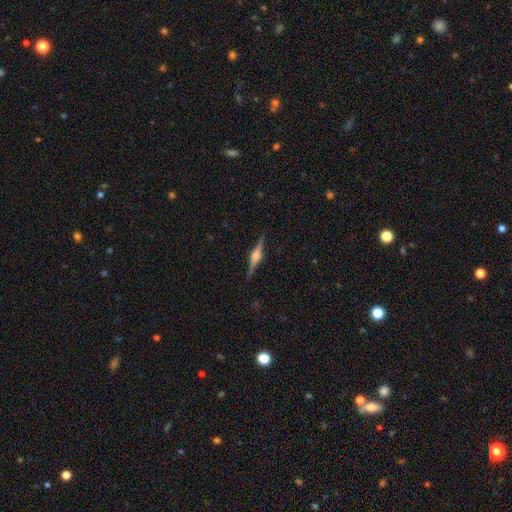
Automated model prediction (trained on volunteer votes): The model was most divided on "smooth or featured": featured or disk: 83%, smooth: 11%, star or artifact: 6%. More confident: edge-on disk — yes (98%); edge-on bulge — rounded (90%); merging — none (90%).